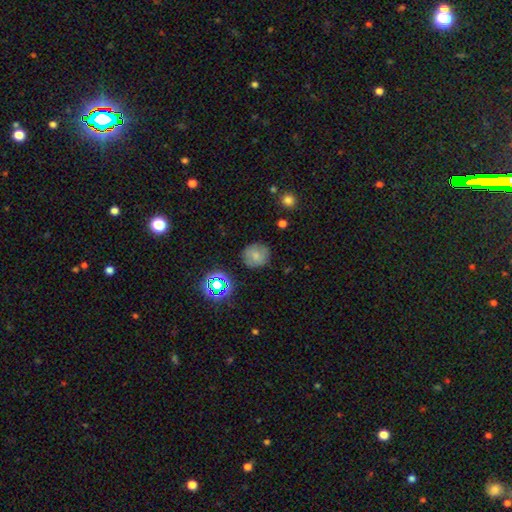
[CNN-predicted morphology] The model was most divided on "smooth or featured": smooth: 71%, star or artifact: 15%, featured or disk: 14%. More confident: how rounded — round (88%); merging — none (82%).